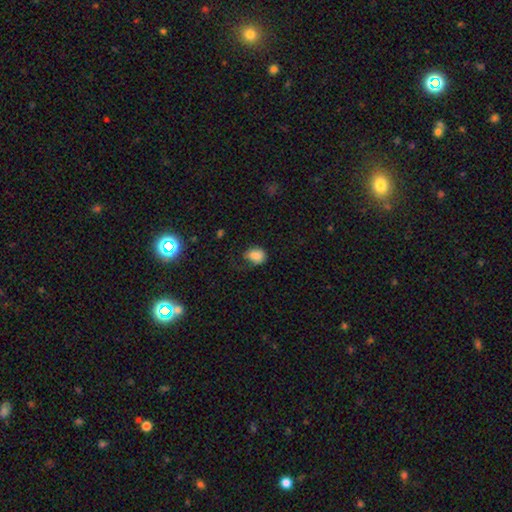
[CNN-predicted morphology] smooth 83%, star or artifact 9%, featured or disk 8%. Down the decision tree: how rounded — in between (56%); merging — none (47%).